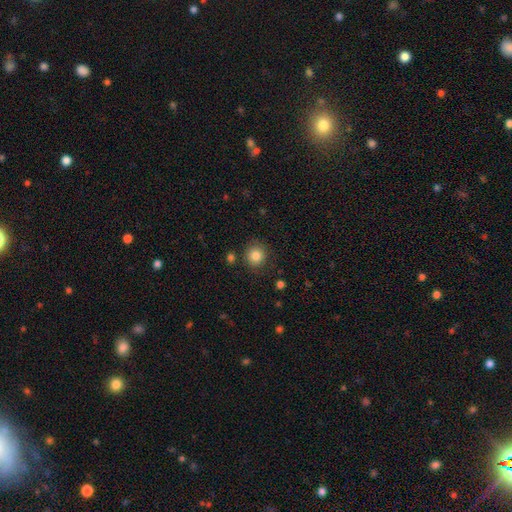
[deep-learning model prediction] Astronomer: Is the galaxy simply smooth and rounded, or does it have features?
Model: smooth — 84%.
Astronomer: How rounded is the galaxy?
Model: round — 90%.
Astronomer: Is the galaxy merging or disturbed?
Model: none — 84%.